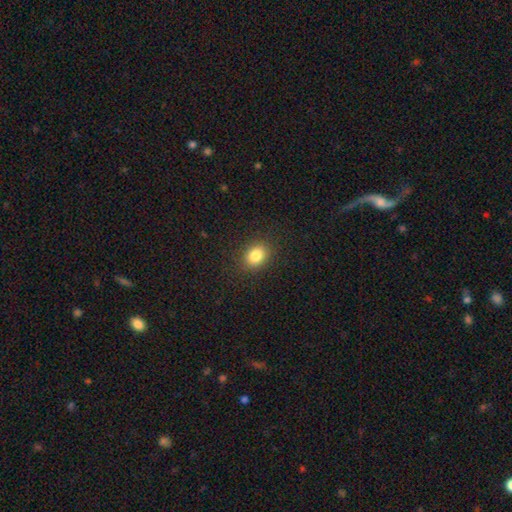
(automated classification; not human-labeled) smooth_or_featured: smooth (p=0.84) [alt: star or artifact p=0.10]
how_rounded: in between (p=0.59) [alt: round p=0.40]
merging: none (p=0.88) [alt: minor disturbance p=0.09]